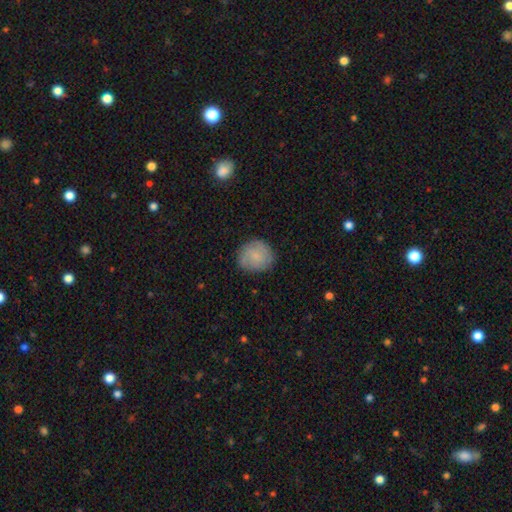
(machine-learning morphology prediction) smooth-or-featured: smooth: 74% | featured or disk: 19% | star or artifact: 7%
  how-rounded: round: 84% | in between: 15% | cigar-shaped: 1%
  merging: none: 82% | minor disturbance: 14% | major disturbance: 3% | merger: 1%